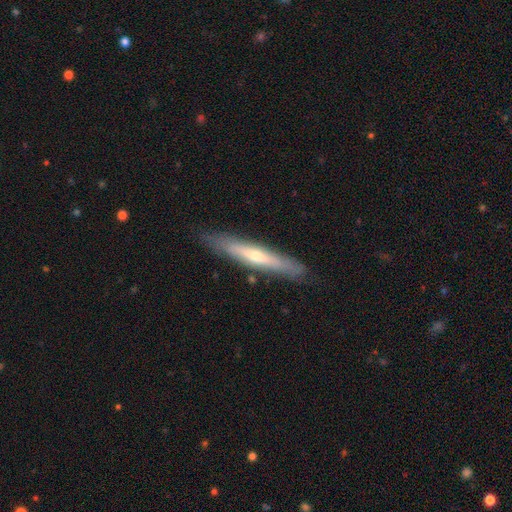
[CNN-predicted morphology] Q: Smooth or featured?
A: featured or disk (56%); runner-up: smooth (37%)
Q: Edge-on disk?
A: yes (87%); runner-up: no (13%)
Q: Merging?
A: none (87%); runner-up: minor disturbance (10%)